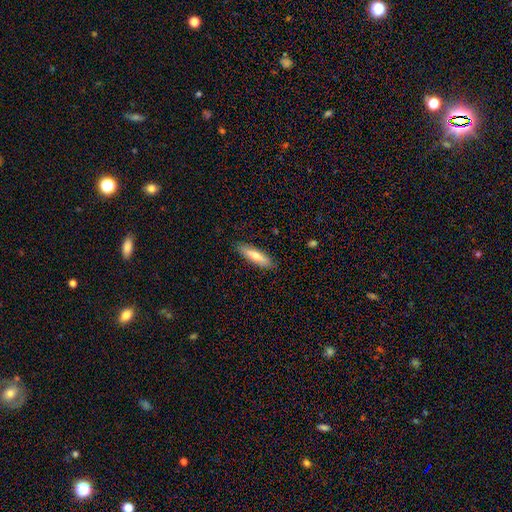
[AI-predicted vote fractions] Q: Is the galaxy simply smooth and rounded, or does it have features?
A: smooth — 68%.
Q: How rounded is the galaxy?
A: cigar-shaped — 64%.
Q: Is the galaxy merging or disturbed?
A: none — 88%.